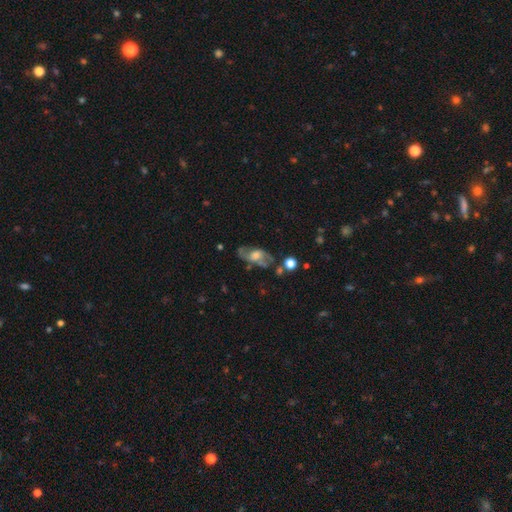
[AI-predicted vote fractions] The model was most divided on "bulge size": moderate: 43%, large: 28%, small: 18%, none: 8%, dominant: 3%. More confident: edge-on disk — no (88%); spiral arms — yes (70%); bar — no (61%); smooth or featured — featured or disk (60%); merging — none (54%).